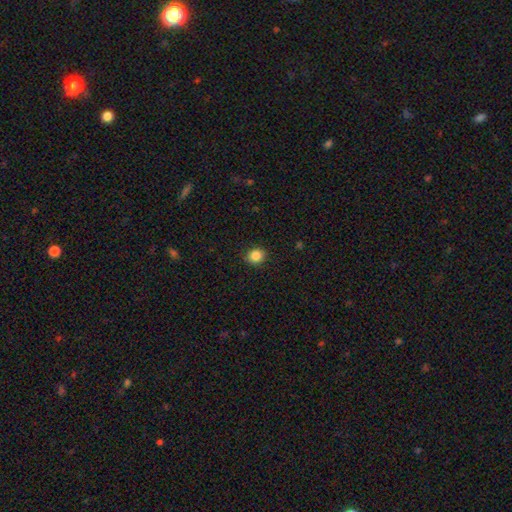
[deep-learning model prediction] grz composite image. It shows a smooth galaxy with no disk features (86%) that is round (77%). Merging: none (91%).